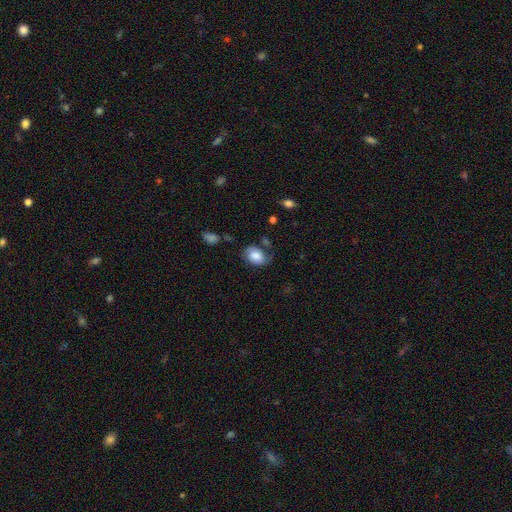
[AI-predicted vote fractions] smooth 71%, featured or disk 21%, star or artifact 8%. Down the decision tree: how rounded — in between (76%); merging — none (52%).